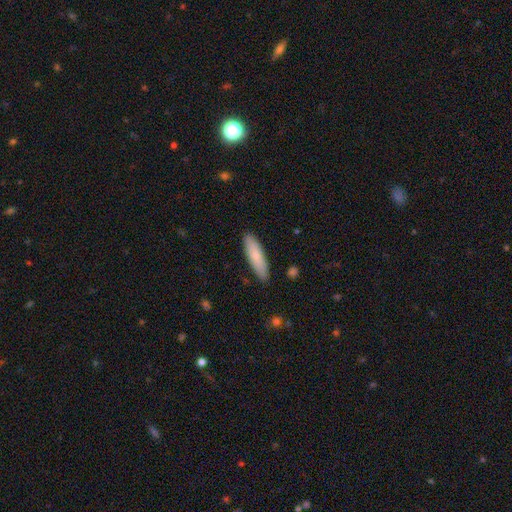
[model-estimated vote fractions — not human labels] Smooth or featured? smooth (77%)
How rounded? cigar-shaped (66%)
Merging? none (88%)